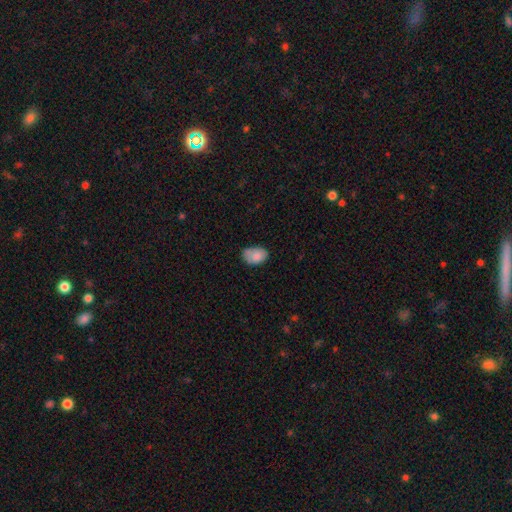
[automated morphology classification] smooth_or_featured: smooth (p=0.81) [alt: featured or disk p=0.11]
how_rounded: in between (p=0.83) [alt: round p=0.16]
merging: none (p=0.53) [alt: minor disturbance p=0.33]